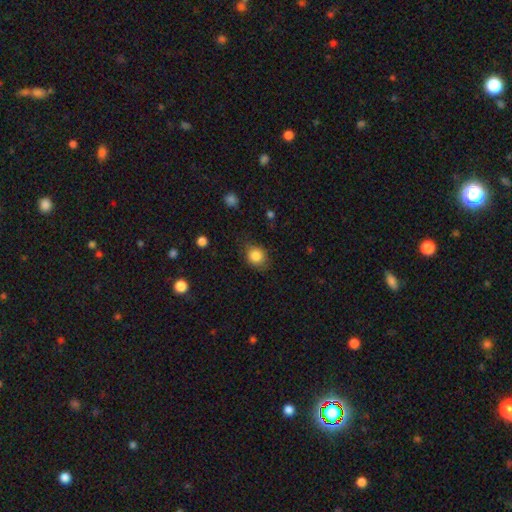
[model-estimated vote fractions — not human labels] Smooth or featured? smooth (85%)
How rounded? round (66%)
Merging? none (75%)